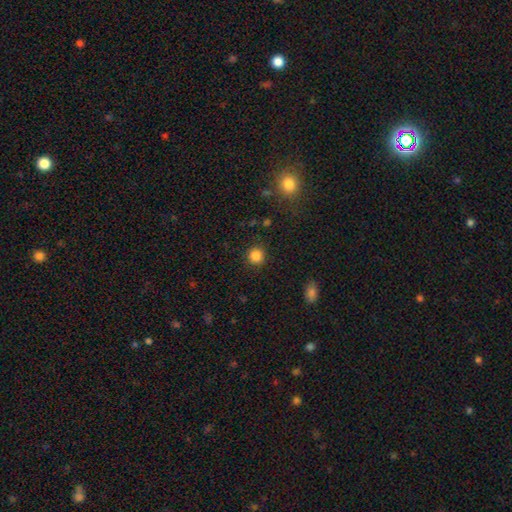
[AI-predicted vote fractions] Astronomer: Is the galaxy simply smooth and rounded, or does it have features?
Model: smooth — 85%.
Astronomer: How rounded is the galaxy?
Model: round — 91%.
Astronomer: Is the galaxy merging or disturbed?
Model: none — 89%.